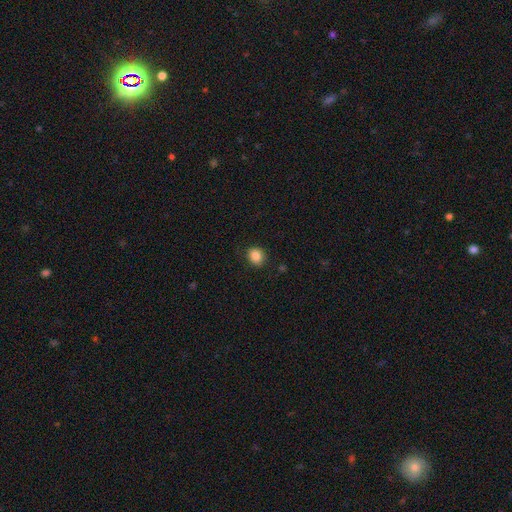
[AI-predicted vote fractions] Morphology: type=smooth (86%); roundness=round (76%); merging=none (88%).